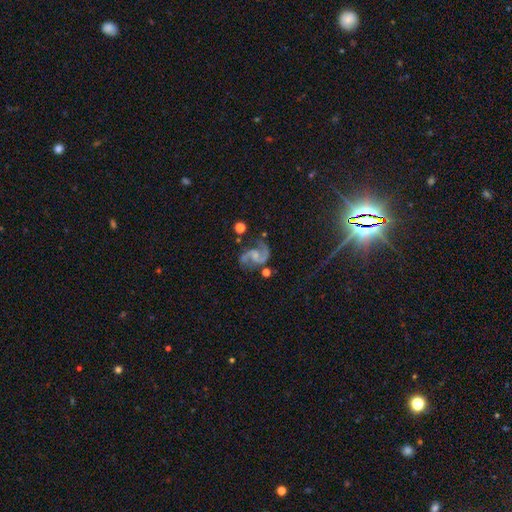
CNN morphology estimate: Smooth or featured: featured or disk — 90% (star or artifact — 6%)
Edge-on disk: no — 98% (yes — 2%)
Bar: no — 49% (weak — 41%)
Spiral arms: yes — 98% (no — 2%)
Spiral winding: medium — 53% (loose — 37%)
Spiral arm count: 2 — 93% (1 — 2%)
Bulge size: small — 39% (none — 37%)
Merging: none — 66% (minor disturbance — 18%)